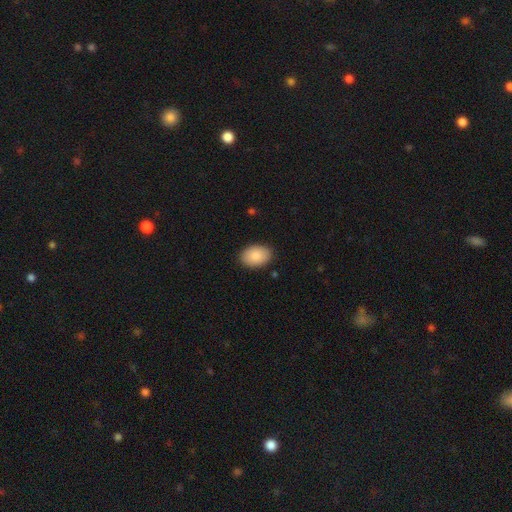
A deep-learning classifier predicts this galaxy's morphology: Smooth or featured: smooth — 88% (star or artifact — 6%)
How rounded: in between — 85% (round — 14%)
Merging: none — 88% (minor disturbance — 9%)